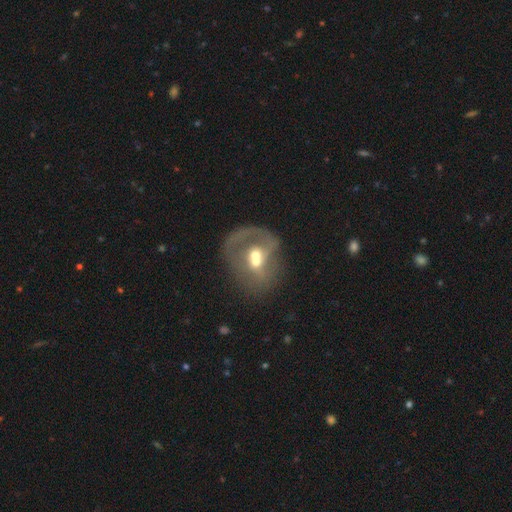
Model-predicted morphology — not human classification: Smooth or featured?
  - featured or disk: 58% *
  - smooth: 33%
  - star or artifact: 8%
Edge-on disk?
  - no: 97% *
  - yes: 3%
Bar?
  - no: 83% *
  - weak: 13%
  - strong: 4%
Spiral arms?
  - no: 69% *
  - yes: 31%
Bulge size?
  - moderate: 66% *
  - small: 19%
  - large: 8%
  - none: 4%
  - dominant: 2%
Merging?
  - merger: 62% *
  - none: 17%
  - major disturbance: 12%
  - minor disturbance: 8%